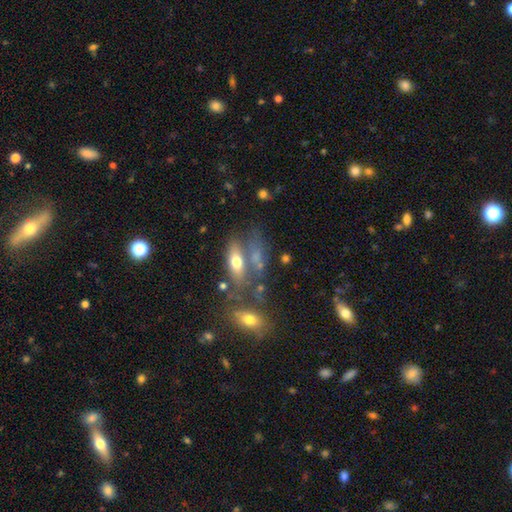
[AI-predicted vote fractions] Q: Smooth or featured?
A: featured or disk (44%); runner-up: smooth (38%)
Q: Merging?
A: none (45%); runner-up: merger (29%)